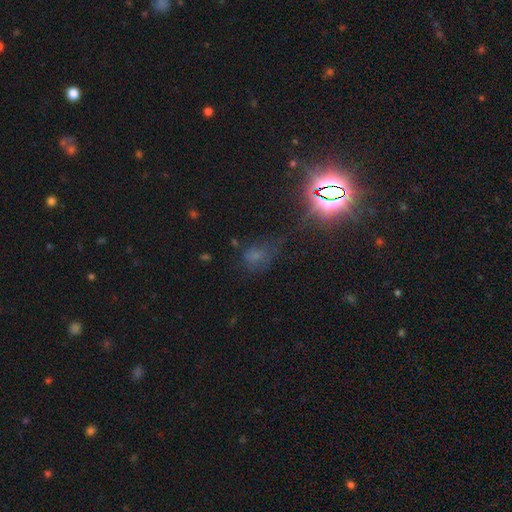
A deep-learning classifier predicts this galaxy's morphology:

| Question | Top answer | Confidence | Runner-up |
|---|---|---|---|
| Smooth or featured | star or artifact | 46% | smooth (38%) |